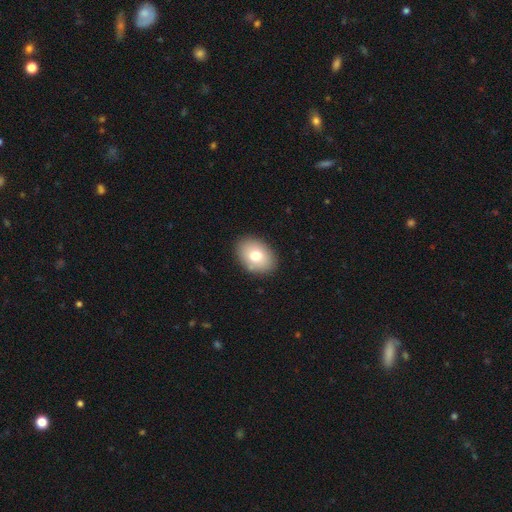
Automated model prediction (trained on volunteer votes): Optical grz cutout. It shows a smooth galaxy with no disk features (76%) that is in between round and cigar-shaped (77%). Merging: none (87%).